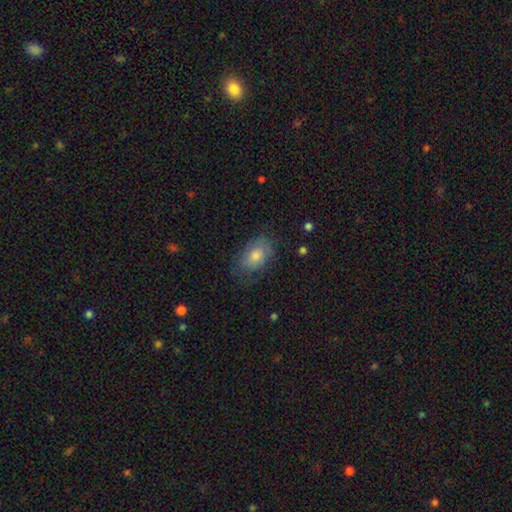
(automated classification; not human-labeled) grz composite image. It shows a smooth galaxy with no disk features (72%) that is in between round and cigar-shaped (86%). Merging: none (69%).